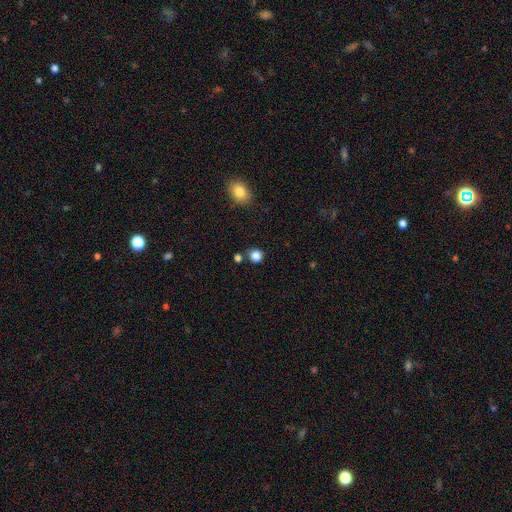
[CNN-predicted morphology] smooth_or_featured: smooth (p=0.84) [alt: star or artifact p=0.12]
how_rounded: round (p=0.89) [alt: in between p=0.10]
merging: none (p=0.81) [alt: minor disturbance p=0.09]